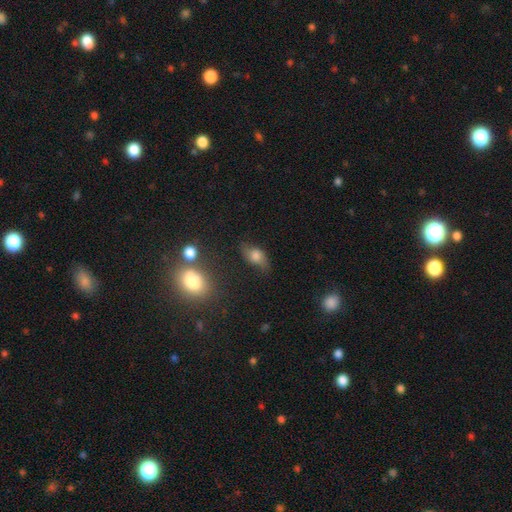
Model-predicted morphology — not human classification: Smooth or featured?
  - smooth: 62% *
  - featured or disk: 27%
  - star or artifact: 11%
How rounded?
  - in between: 81% *
  - round: 14%
  - cigar-shaped: 5%
Merging?
  - none: 62% *
  - minor disturbance: 25%
  - major disturbance: 9%
  - merger: 4%